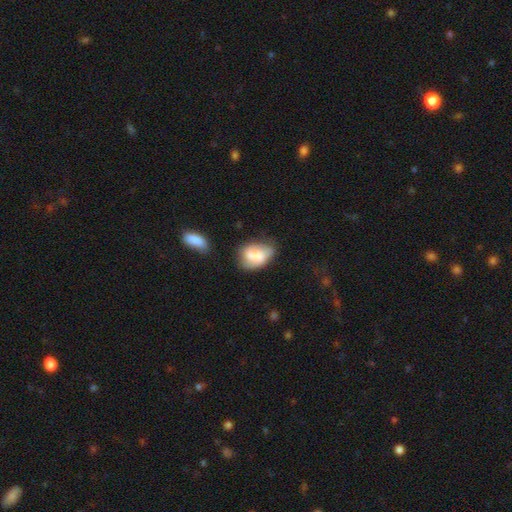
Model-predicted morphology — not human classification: Overall: smooth (59%; featured or disk 33%). How rounded: in between (81%). Merging: none (50%; minor disturbance 31%).